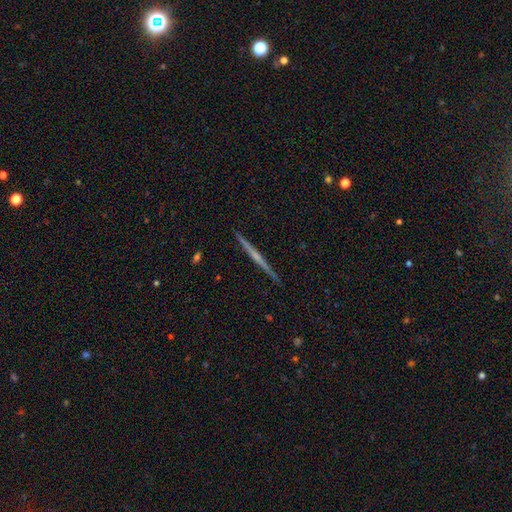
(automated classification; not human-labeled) Overall: featured or disk (71%). Edge-on disk: yes (98%). Edge-on bulge: none (54%; rounded 39%). Merging: none (92%).